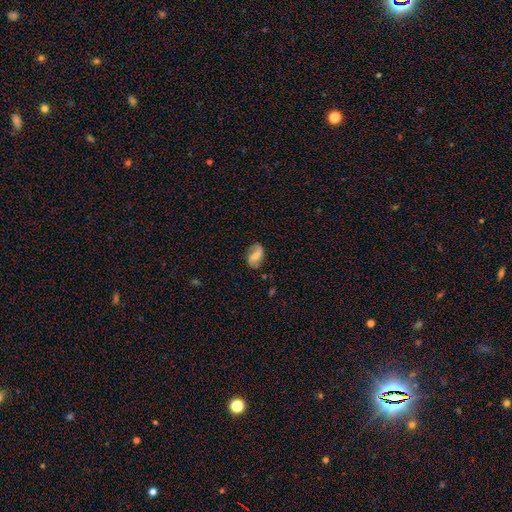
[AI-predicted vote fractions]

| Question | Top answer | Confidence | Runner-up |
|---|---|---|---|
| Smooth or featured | featured or disk | 46% | smooth (45%) |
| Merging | none | 70% | minor disturbance (21%) |